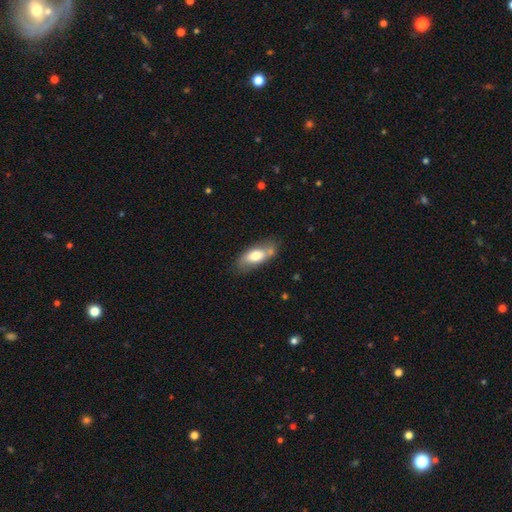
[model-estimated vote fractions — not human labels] Overall: smooth (67%). How rounded: in between (83%). Merging: none (63%).